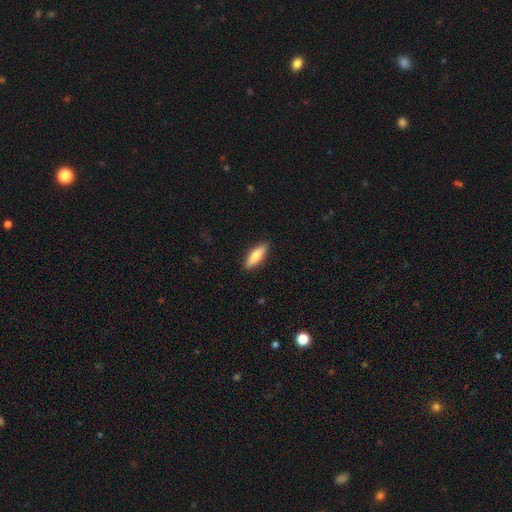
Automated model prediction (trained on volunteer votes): Overall: smooth (75%). How rounded: in between (51%; cigar-shaped 47%). Merging: none (88%).